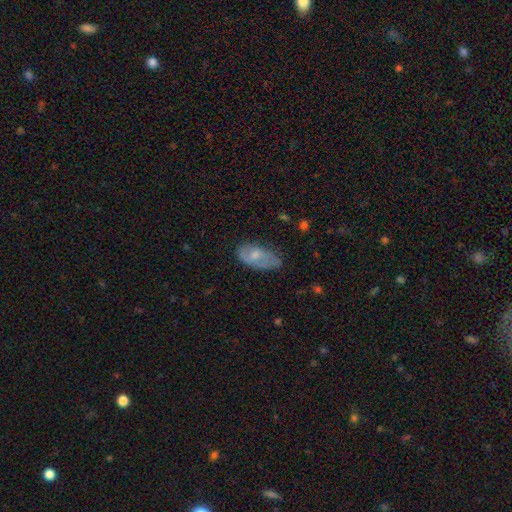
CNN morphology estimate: type=smooth (56%); roundness=in between (91%); merging=none (52%).